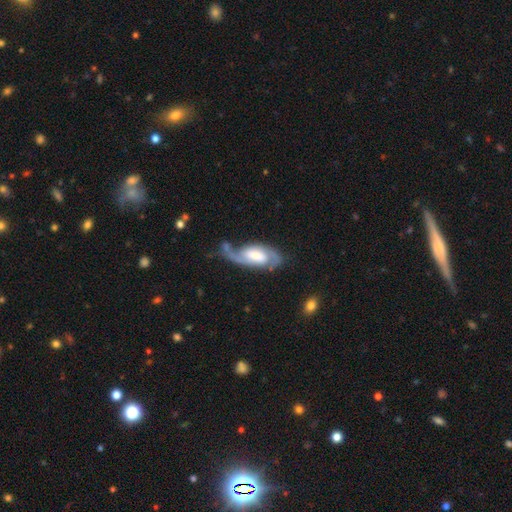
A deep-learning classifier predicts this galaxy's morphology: Overall: featured or disk (79%). Edge-on disk: no (94%). Bar: weak (45%; no 33%). Spiral arms: yes (94%). Spiral arm count: 2 (78%). Spiral winding: medium (45%; loose 32%). Bulge size: moderate (41%; large 29%). Merging: none (45%; major disturbance 24%).